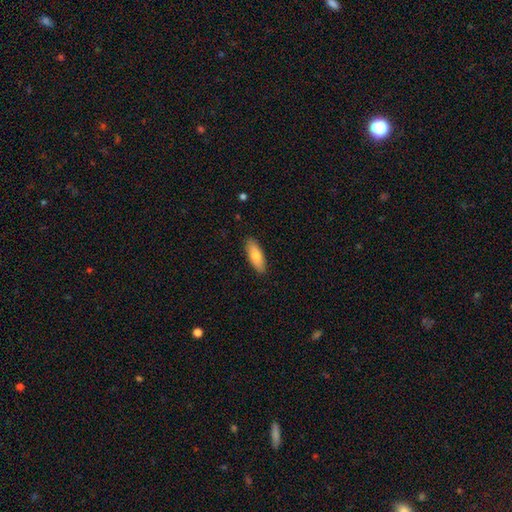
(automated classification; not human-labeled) This appears to be a smooth galaxy with no disk features (80%) that is in between round and cigar-shaped (65%). Merging: none (89%).